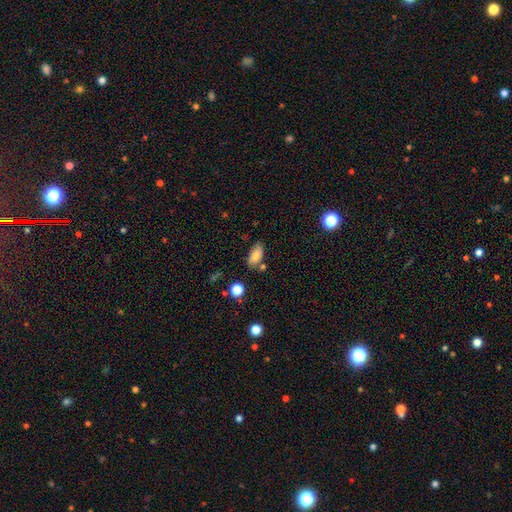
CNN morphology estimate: smooth-or-featured: smooth: 78% | featured or disk: 13% | star or artifact: 9%
  how-rounded: in between: 90% | cigar-shaped: 6% | round: 4%
  merging: none: 70% | minor disturbance: 18% | merger: 8% | major disturbance: 4%